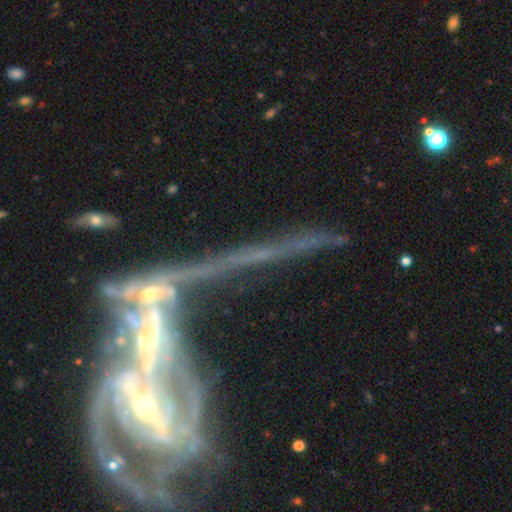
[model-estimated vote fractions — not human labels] Overall: featured or disk (51%; star or artifact 35%). Edge-on disk: yes (61%; no 39%). Merging: none (41%; merger 29%).